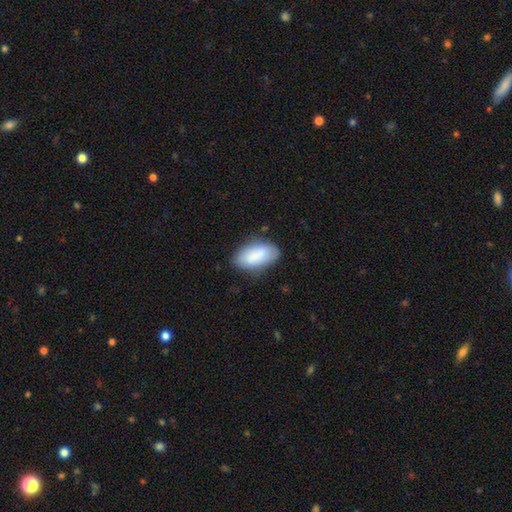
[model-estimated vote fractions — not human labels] Q: Smooth or featured?
A: smooth (85%); runner-up: featured or disk (9%)
Q: How rounded?
A: in between (94%); runner-up: cigar-shaped (4%)
Q: Merging?
A: none (77%); runner-up: minor disturbance (18%)